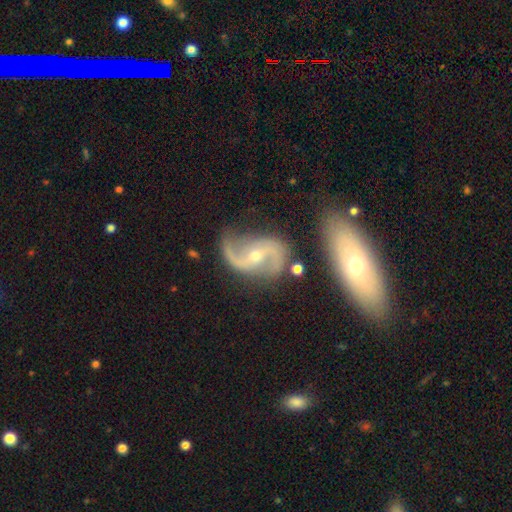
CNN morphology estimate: Q: Smooth or featured?
A: featured or disk (91%); runner-up: star or artifact (5%)
Q: Edge-on disk?
A: no (97%); runner-up: yes (3%)
Q: Bar?
A: weak (39%); runner-up: no (38%)
Q: Spiral arms?
A: yes (97%); runner-up: no (3%)
Q: Spiral winding?
A: loose (67%); runner-up: medium (27%)
Q: Spiral arm count?
A: 2 (93%); runner-up: 1 (2%)
Q: Bulge size?
A: small (56%); runner-up: moderate (41%)
Q: Merging?
A: none (66%); runner-up: minor disturbance (18%)